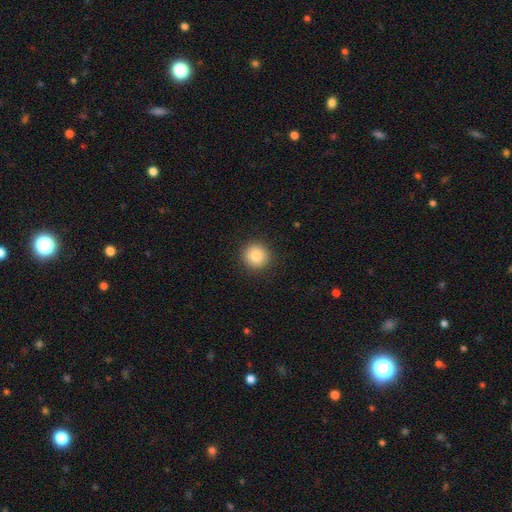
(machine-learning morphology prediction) The model was most divided on "smooth or featured": smooth: 85%, star or artifact: 9%, featured or disk: 6%. More confident: how rounded — round (93%); merging — none (91%).